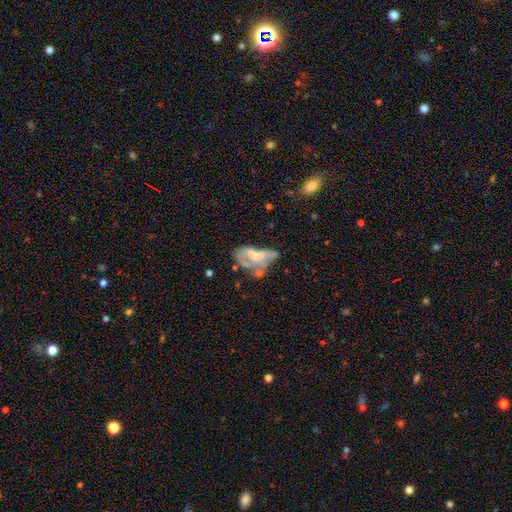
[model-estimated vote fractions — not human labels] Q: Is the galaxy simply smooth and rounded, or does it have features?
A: featured or disk — 57%.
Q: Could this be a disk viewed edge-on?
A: no — 96%.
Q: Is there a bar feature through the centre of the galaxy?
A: no — 71%.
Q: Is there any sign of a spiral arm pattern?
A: no — 72%.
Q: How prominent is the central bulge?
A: none — 37%.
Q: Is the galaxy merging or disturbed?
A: major disturbance — 36%.